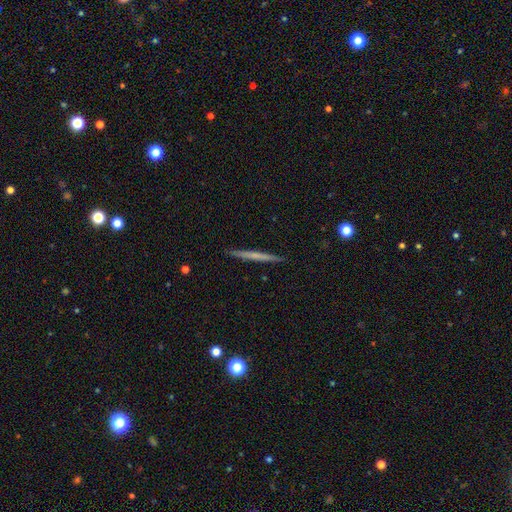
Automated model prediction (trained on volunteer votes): Morphology: type=smooth (49%); merging=none (92%).